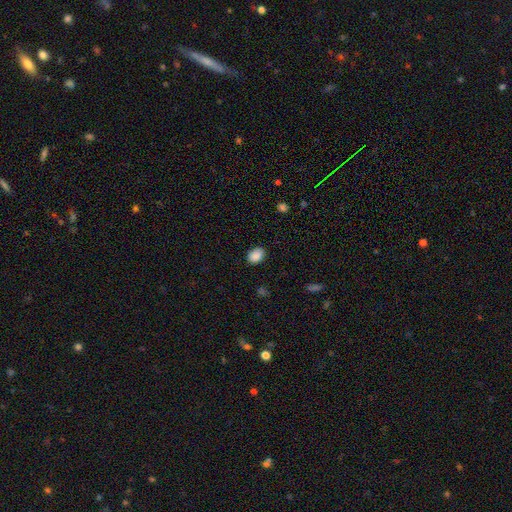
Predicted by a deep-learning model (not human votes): Smooth or featured? smooth (89%)
How rounded? in between (72%)
Merging? none (87%)